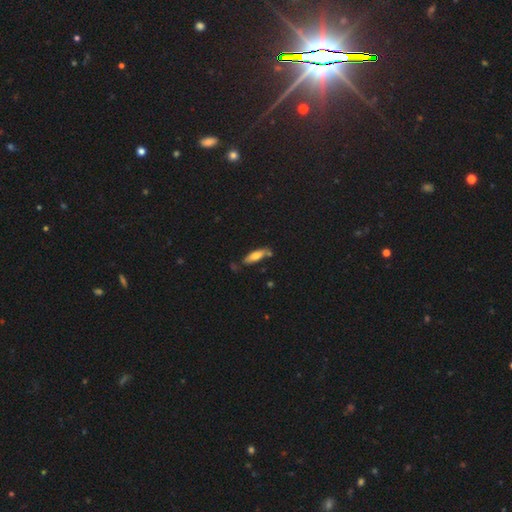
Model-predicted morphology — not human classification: smooth-or-featured: smooth: 66% | featured or disk: 27% | star or artifact: 7%
  how-rounded: in between: 52% | cigar-shaped: 46% | round: 2%
  merging: none: 71% | minor disturbance: 17% | merger: 8% | major disturbance: 4%